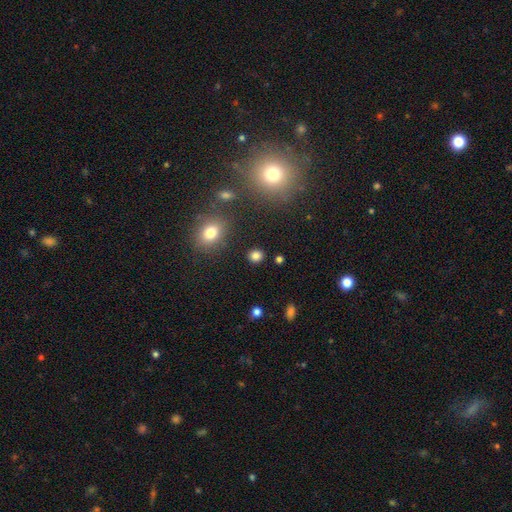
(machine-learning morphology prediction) A smooth galaxy with no disk features (81%) that is round (81%). Merging: none (88%).